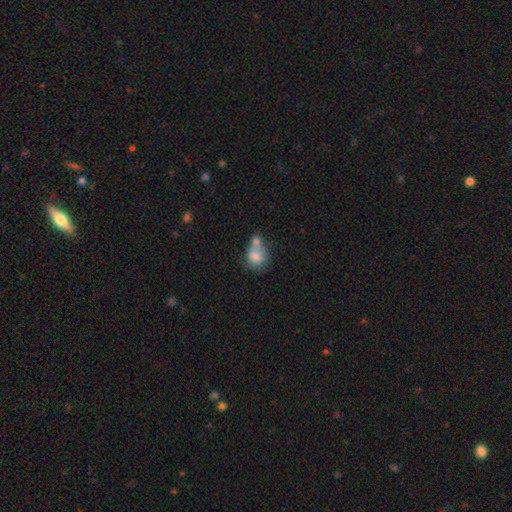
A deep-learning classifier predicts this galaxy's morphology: smooth 73%, featured or disk 19%, star or artifact 9%. Down the decision tree: how rounded — round (50%); merging — merger (52%).